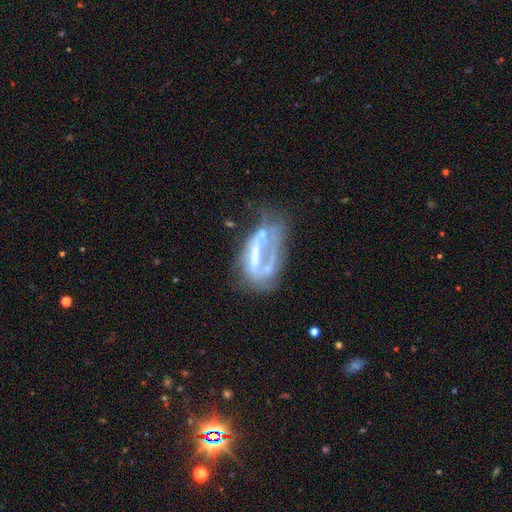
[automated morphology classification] smooth-or-featured: featured or disk: 65% | smooth: 24% | star or artifact: 10%
  disk-edge-on: no: 93% | yes: 7%
    bar: no: 41% | strong: 30% | weak: 29%
    has-spiral-arms: no: 68% | yes: 32%
    bulge-size: moderate: 36% | small: 28% | none: 27% | large: 7% | dominant: 2%
  merging: major disturbance: 38% | none: 27% | minor disturbance: 20% | merger: 15%